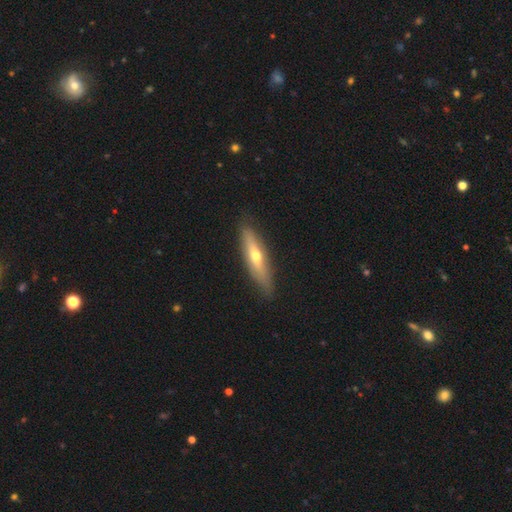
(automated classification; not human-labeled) Smooth or featured? featured or disk (56%)
Edge-on disk? yes (82%)
Merging? none (87%)